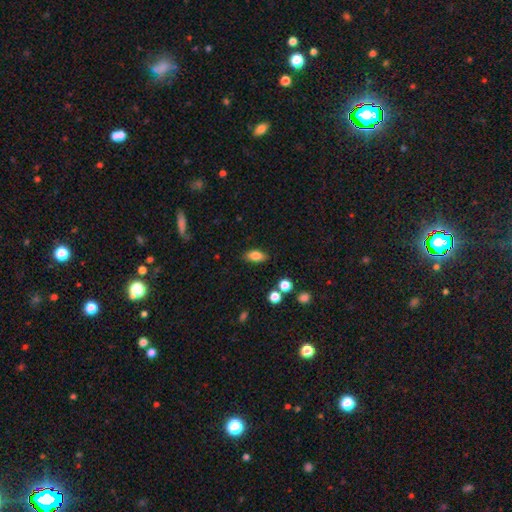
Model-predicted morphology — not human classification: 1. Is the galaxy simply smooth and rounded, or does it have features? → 82% smooth, 9% star or artifact, 9% featured or disk.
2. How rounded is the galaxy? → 87% in between, 8% round, 5% cigar-shaped.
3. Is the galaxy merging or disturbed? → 83% none, 11% minor disturbance, 3% major disturbance, 2% merger.